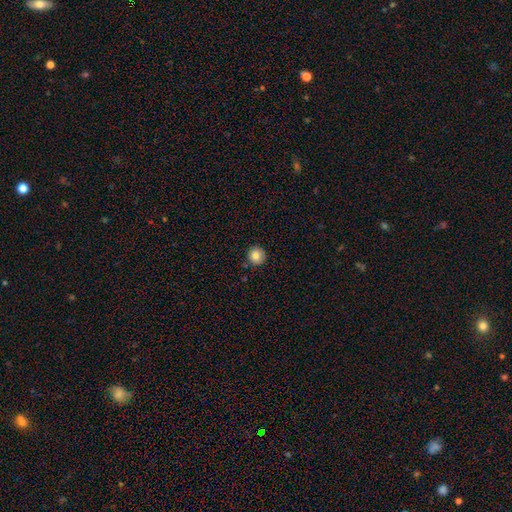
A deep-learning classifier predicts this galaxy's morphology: Overall: smooth (82%). How rounded: round (95%). Merging: none (89%).